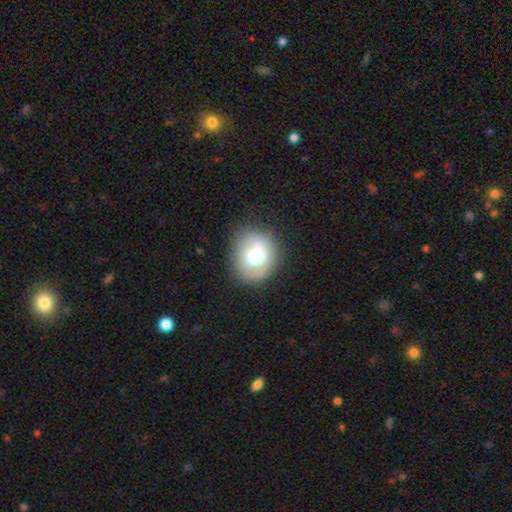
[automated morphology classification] Smooth or featured?
  - smooth: 68% *
  - featured or disk: 21%
  - star or artifact: 11%
How rounded?
  - round: 75% *
  - in between: 24%
  - cigar-shaped: 1%
Merging?
  - none: 81% *
  - minor disturbance: 12%
  - major disturbance: 5%
  - merger: 1%